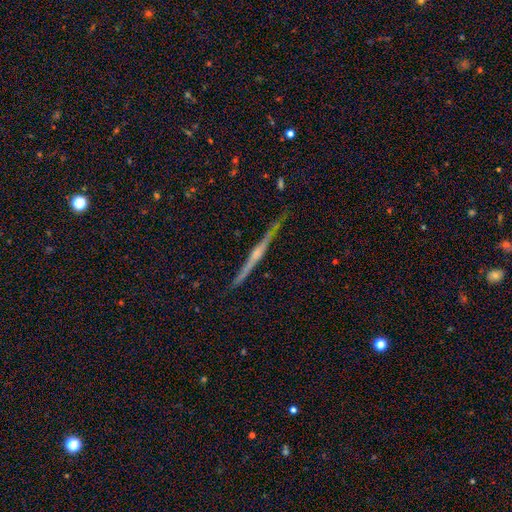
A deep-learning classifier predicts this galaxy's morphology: Smooth or featured? Predicted: featured or disk (p=0.81). Edge-on disk? Predicted: yes (p=0.98). Edge-on bulge? Predicted: rounded (p=0.71). Merging? Predicted: none (p=0.88).